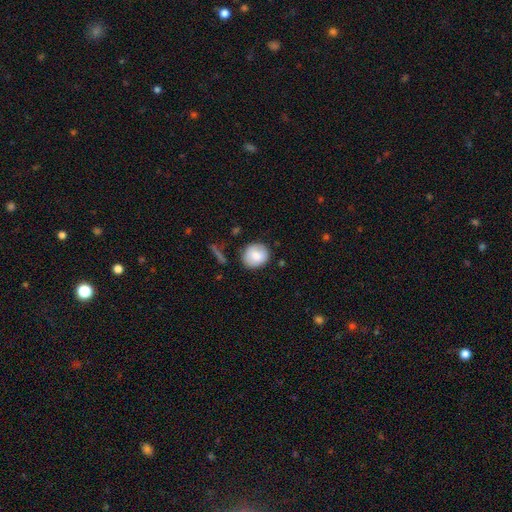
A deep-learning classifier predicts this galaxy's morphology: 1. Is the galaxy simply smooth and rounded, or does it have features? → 80% smooth, 12% featured or disk, 8% star or artifact.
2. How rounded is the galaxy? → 78% round, 21% in between, 1% cigar-shaped.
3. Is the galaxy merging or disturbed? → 79% none, 15% minor disturbance, 3% major disturbance, 2% merger.